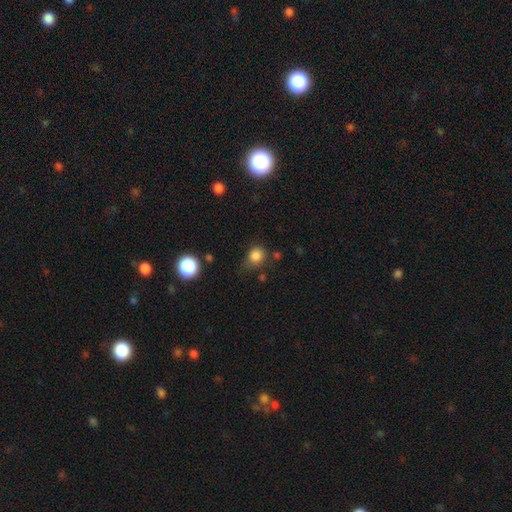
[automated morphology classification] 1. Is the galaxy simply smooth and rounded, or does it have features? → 82% smooth, 13% star or artifact, 5% featured or disk.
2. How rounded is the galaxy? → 73% round, 26% in between, 1% cigar-shaped.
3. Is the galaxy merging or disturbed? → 60% none, 27% minor disturbance, 8% major disturbance, 4% merger.